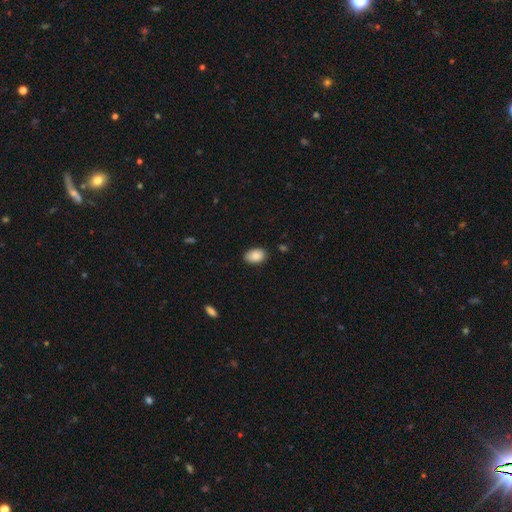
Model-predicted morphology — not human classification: type=smooth (89%); roundness=in between (88%); merging=none (83%).